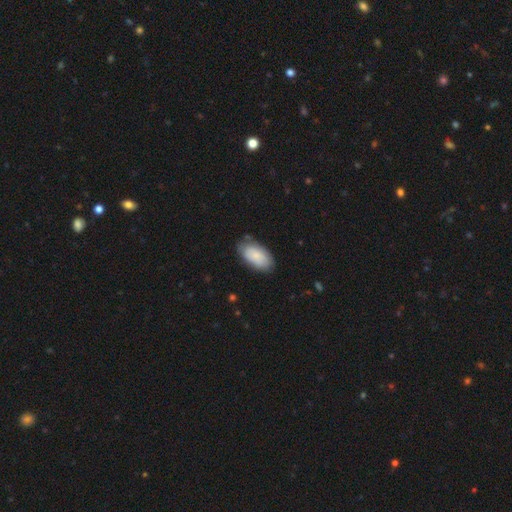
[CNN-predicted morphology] Smooth or featured?
  - smooth: 82% *
  - featured or disk: 12%
  - star or artifact: 6%
How rounded?
  - in between: 95% *
  - cigar-shaped: 3%
  - round: 2%
Merging?
  - none: 75% *
  - minor disturbance: 19%
  - major disturbance: 4%
  - merger: 2%